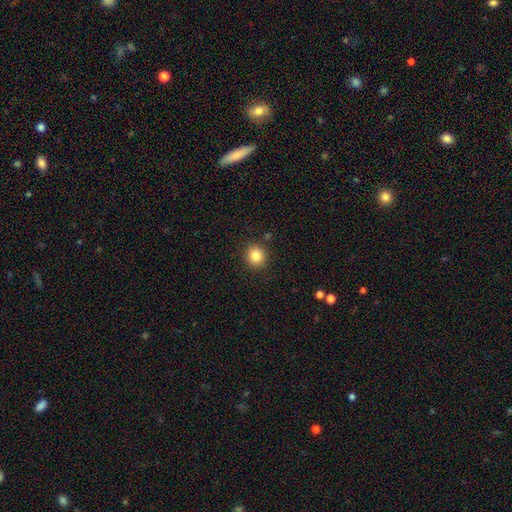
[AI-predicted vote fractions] Q: Smooth or featured?
A: smooth (84%); runner-up: star or artifact (10%)
Q: How rounded?
A: round (89%); runner-up: in between (10%)
Q: Merging?
A: none (89%); runner-up: minor disturbance (7%)